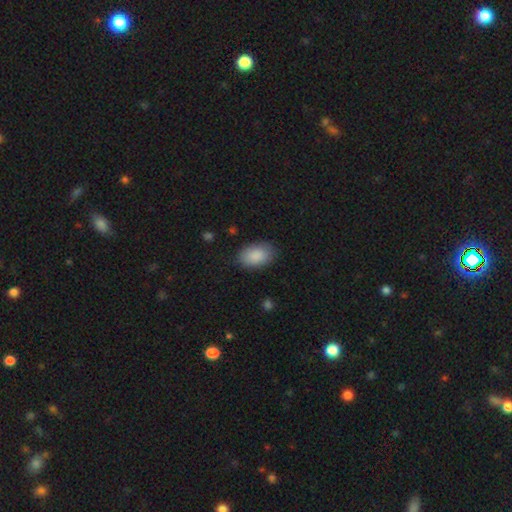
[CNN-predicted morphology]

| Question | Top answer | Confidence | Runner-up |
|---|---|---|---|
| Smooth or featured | smooth | 89% | star or artifact (6%) |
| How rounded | in between | 91% | round (8%) |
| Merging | none | 84% | minor disturbance (12%) |